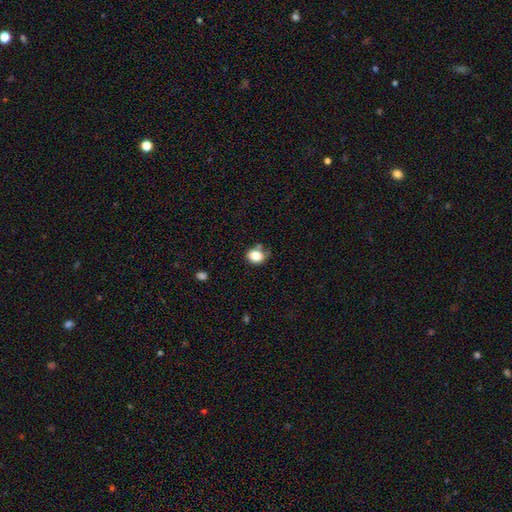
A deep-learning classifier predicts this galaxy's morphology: type=smooth (84%); roundness=round (55%); merging=none (63%).